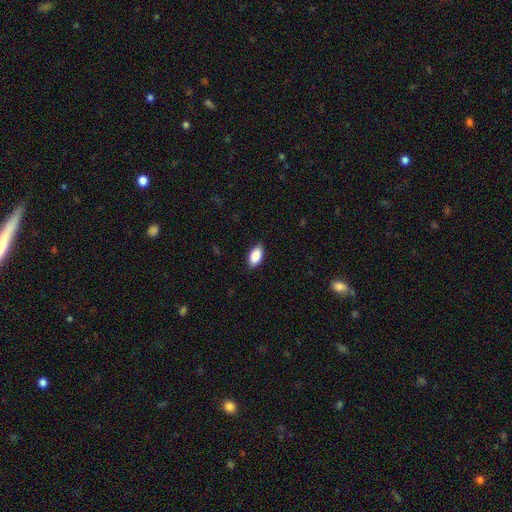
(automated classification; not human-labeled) smooth 88%, star or artifact 7%, featured or disk 5%. Down the decision tree: how rounded — in between (94%); merging — none (88%).